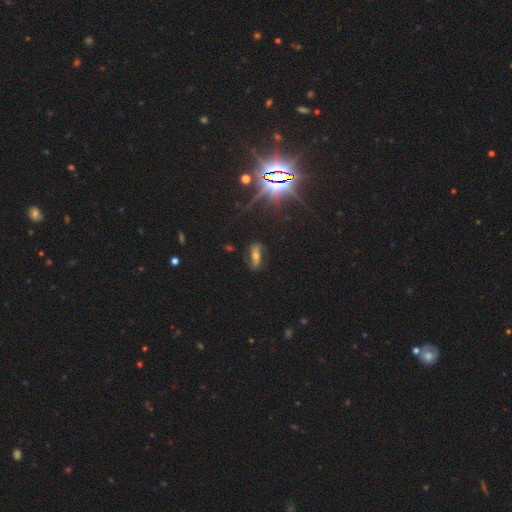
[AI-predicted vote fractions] Q: Smooth or featured?
A: featured or disk (51%); runner-up: star or artifact (31%)
Q: Edge-on disk?
A: no (76%); runner-up: yes (24%)
Q: Merging?
A: none (75%); runner-up: minor disturbance (15%)